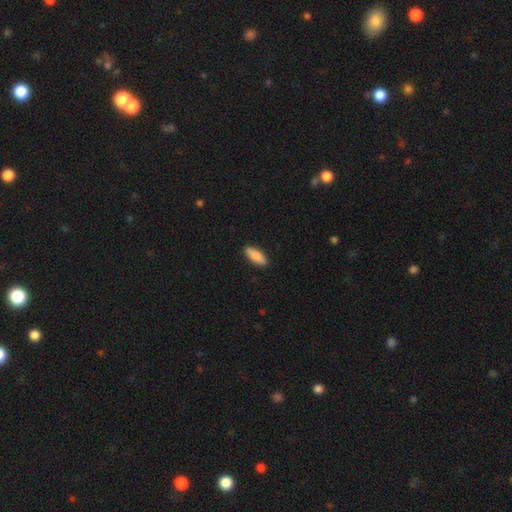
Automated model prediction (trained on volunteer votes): Q: Smooth or featured?
A: smooth (86%); runner-up: featured or disk (8%)
Q: How rounded?
A: in between (67%); runner-up: cigar-shaped (31%)
Q: Merging?
A: none (89%); runner-up: minor disturbance (8%)